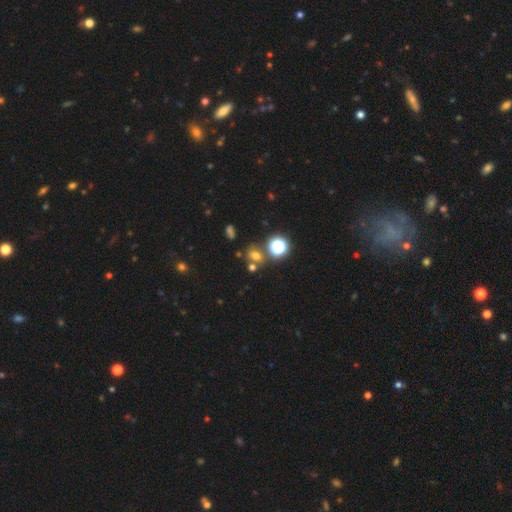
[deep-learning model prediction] A smooth galaxy with no disk features (59%) that is round (52%). Merging: none (64%).